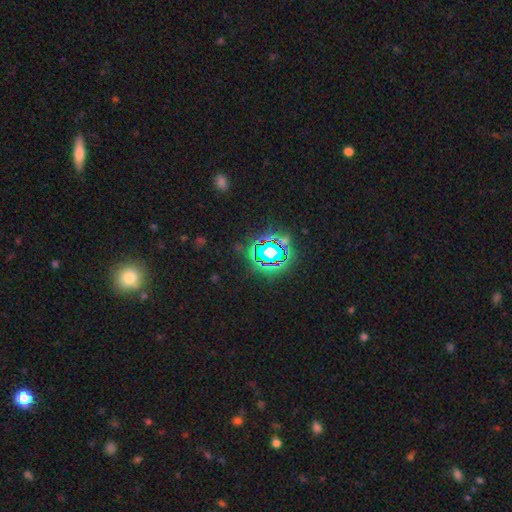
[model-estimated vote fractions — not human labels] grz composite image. It shows a star or artifact, not a galaxy (79%).